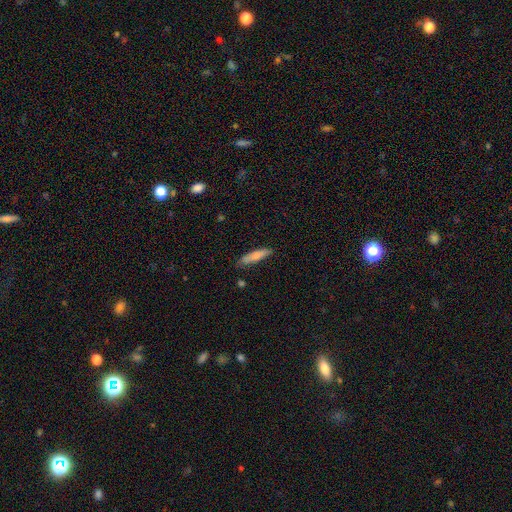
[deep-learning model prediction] A smooth galaxy with no disk features (78%) that is cigar-shaped (79%). Merging: none (80%).